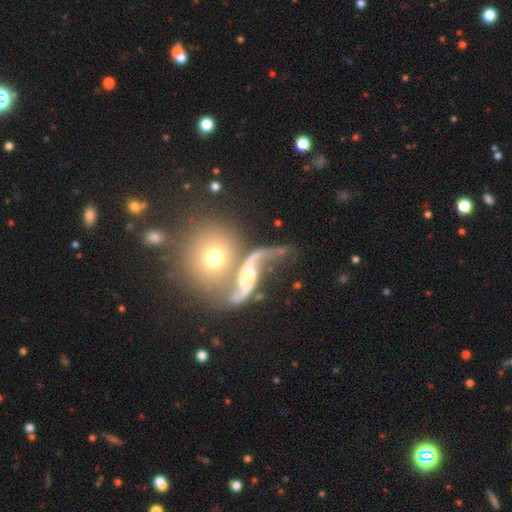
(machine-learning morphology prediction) Smooth or featured?
  - featured or disk: 61% *
  - smooth: 25%
  - star or artifact: 13%
Edge-on disk?
  - no: 89% *
  - yes: 11%
Bar?
  - no: 55% *
  - weak: 30%
  - strong: 15%
Spiral arms?
  - yes: 74% *
  - no: 26%
Bulge size?
  - moderate: 46% *
  - small: 31%
  - large: 11%
  - none: 8%
  - dominant: 4%
Merging?
  - merger: 47% *
  - none: 25%
  - major disturbance: 17%
  - minor disturbance: 11%